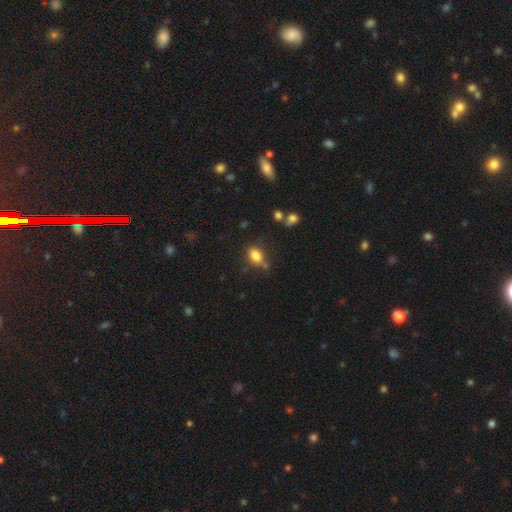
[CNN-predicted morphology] The model was most divided on "merging": none: 62%, minor disturbance: 22%, merger: 10%, major disturbance: 7%. More confident: smooth or featured — smooth (82%); how rounded — in between (80%).